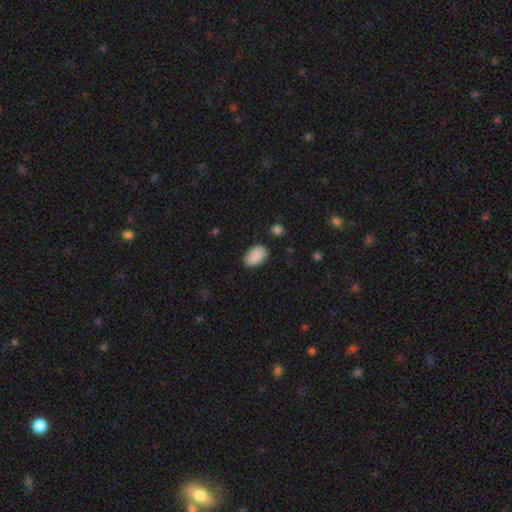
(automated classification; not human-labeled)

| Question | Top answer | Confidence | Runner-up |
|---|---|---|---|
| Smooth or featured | smooth | 90% | star or artifact (7%) |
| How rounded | in between | 92% | round (7%) |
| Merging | none | 84% | minor disturbance (12%) |